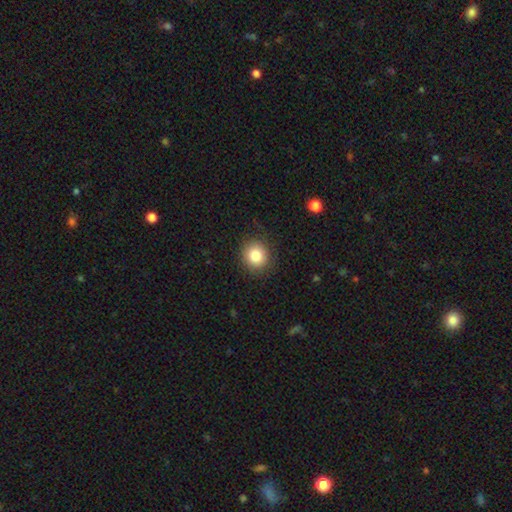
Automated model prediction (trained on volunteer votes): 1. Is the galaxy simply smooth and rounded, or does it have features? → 84% smooth, 10% star or artifact, 6% featured or disk.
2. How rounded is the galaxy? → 87% round, 12% in between, 1% cigar-shaped.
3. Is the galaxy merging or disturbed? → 88% none, 8% minor disturbance, 3% major disturbance, 1% merger.